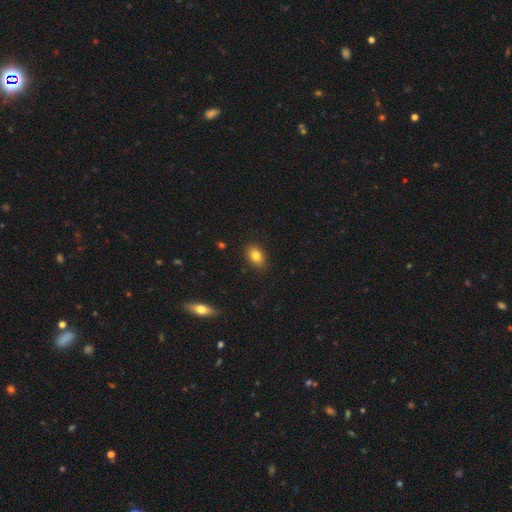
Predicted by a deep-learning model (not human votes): This is clearly a smooth galaxy (82%). How rounded: clearly in between (81%). Merging: clearly none (87%).